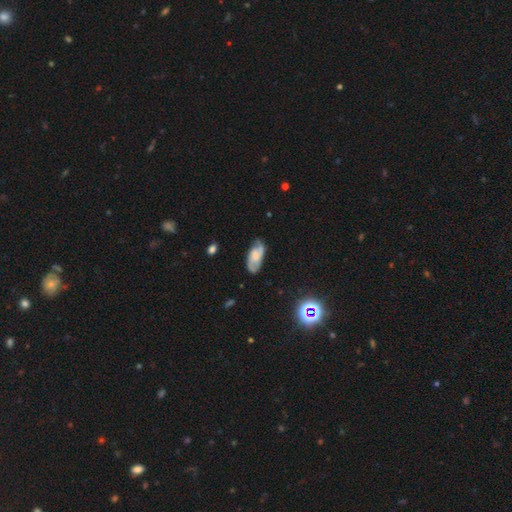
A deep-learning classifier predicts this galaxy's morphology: Smooth or featured: featured or disk — 58% (smooth — 34%)
Edge-on disk: no — 92% (yes — 8%)
Bar: no — 58% (weak — 34%)
Spiral arms: yes — 88% (no — 12%)
Bulge size: none — 34% (small — 25%)
Merging: none — 69% (minor disturbance — 22%)